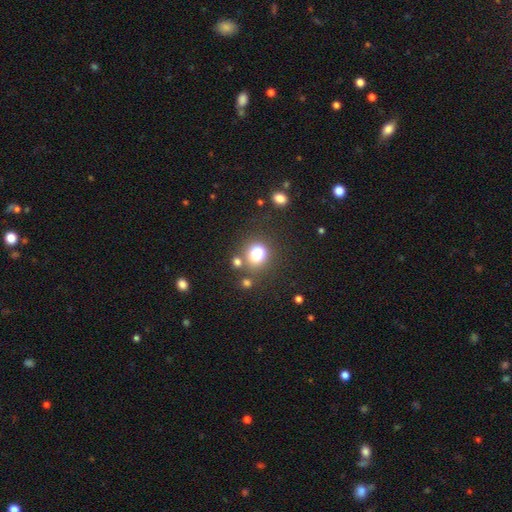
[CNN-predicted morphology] smooth-or-featured: smooth: 68% | star or artifact: 22% | featured or disk: 10%
  how-rounded: round: 69% | in between: 30% | cigar-shaped: 1%
  merging: none: 63% | merger: 20% | minor disturbance: 11% | major disturbance: 6%